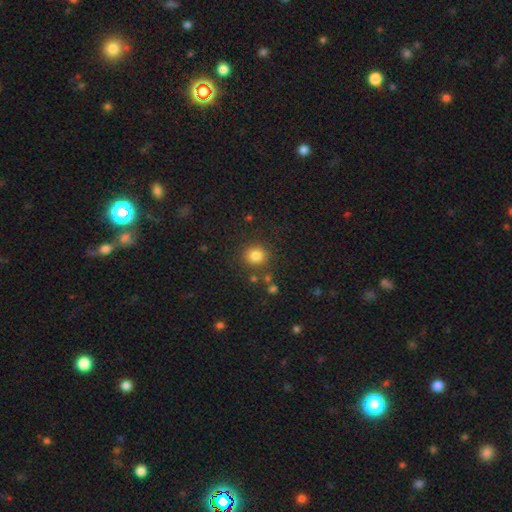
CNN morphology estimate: A smooth galaxy with no disk features (81%) that is round (86%). Merging: none (84%).